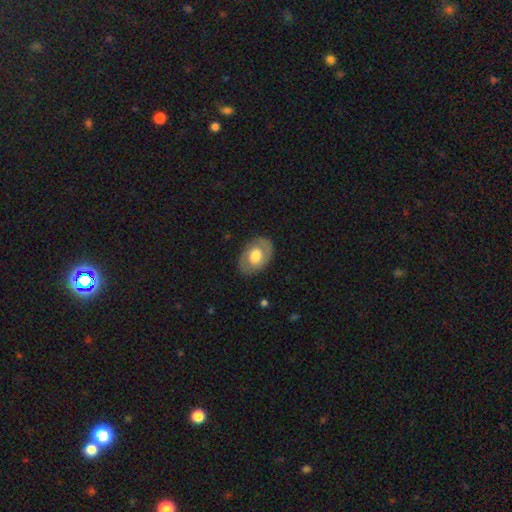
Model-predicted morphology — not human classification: A smooth galaxy with no disk features (50%). Merging: none (81%).